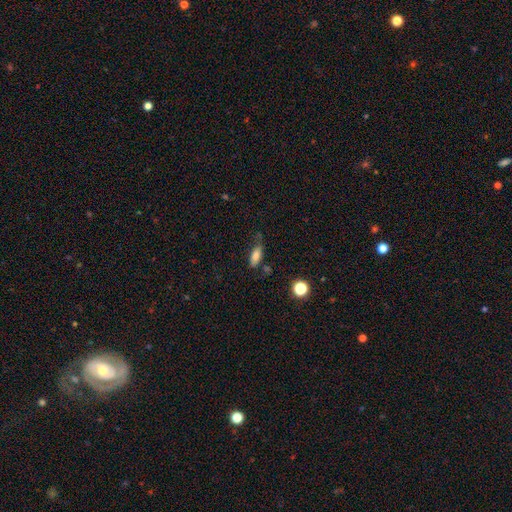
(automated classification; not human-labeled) smooth_or_featured: smooth (p=0.78) [alt: featured or disk p=0.13]
how_rounded: in between (p=0.76) [alt: cigar-shaped p=0.20]
merging: none (p=0.62) [alt: minor disturbance p=0.25]